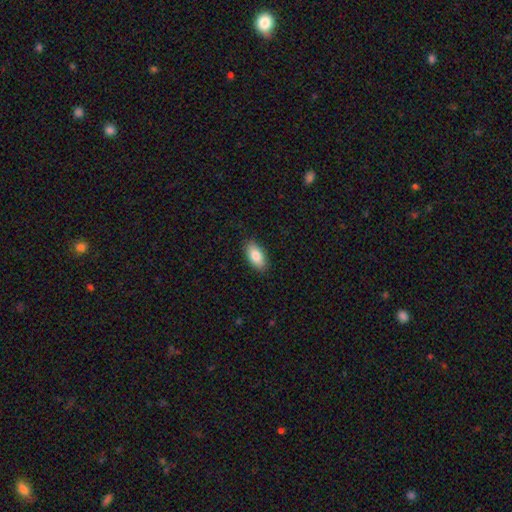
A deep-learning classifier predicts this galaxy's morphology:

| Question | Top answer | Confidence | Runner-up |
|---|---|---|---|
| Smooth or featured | smooth | 85% | featured or disk (9%) |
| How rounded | in between | 92% | cigar-shaped (5%) |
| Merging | none | 88% | minor disturbance (9%) |